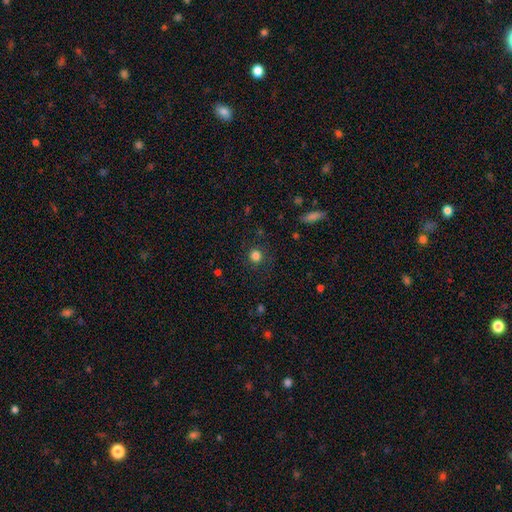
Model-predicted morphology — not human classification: A smooth galaxy with no disk features (82%) that is round (92%). Merging: none (87%).